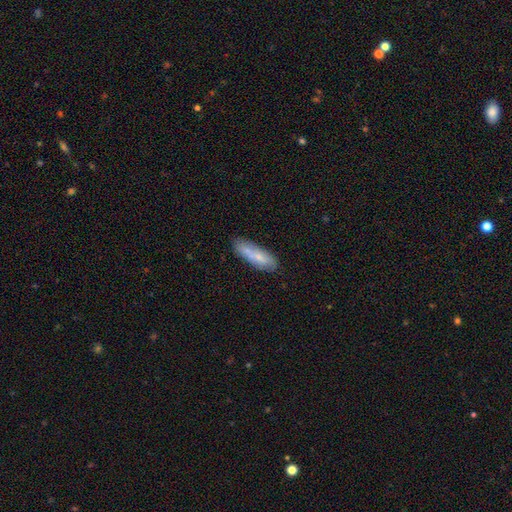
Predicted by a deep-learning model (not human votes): Smooth or featured? smooth (66%)
How rounded? cigar-shaped (53%)
Merging? none (69%)